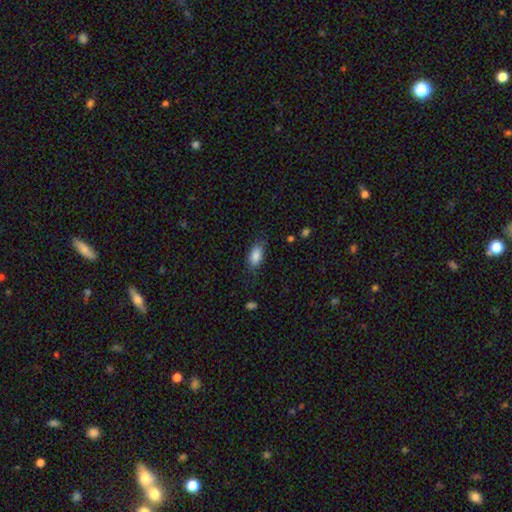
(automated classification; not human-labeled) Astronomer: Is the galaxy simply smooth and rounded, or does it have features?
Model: smooth — 87%.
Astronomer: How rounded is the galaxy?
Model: in between — 90%.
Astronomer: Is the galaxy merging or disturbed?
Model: none — 75%.